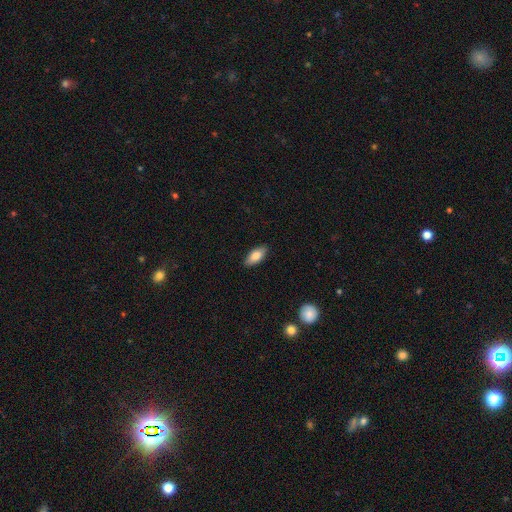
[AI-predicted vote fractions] A smooth galaxy with no disk features (81%) that is in between round and cigar-shaped (87%). Merging: none (87%).